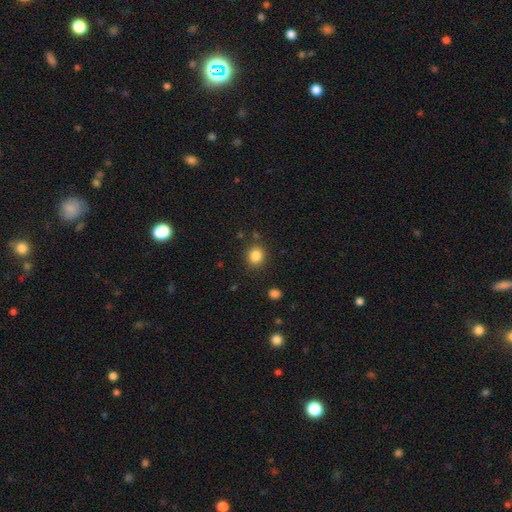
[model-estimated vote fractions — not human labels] smooth-or-featured: smooth: 85% | star or artifact: 11% | featured or disk: 5%
  how-rounded: round: 79% | in between: 20% | cigar-shaped: 1%
  merging: none: 85% | minor disturbance: 9% | major disturbance: 3% | merger: 3%